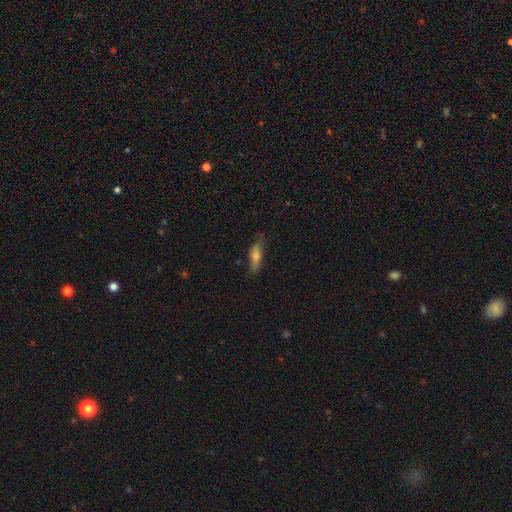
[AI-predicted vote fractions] This is likely a smooth galaxy (65%). How rounded: possibly cigar-shaped (52%). Merging: likely none (72%).